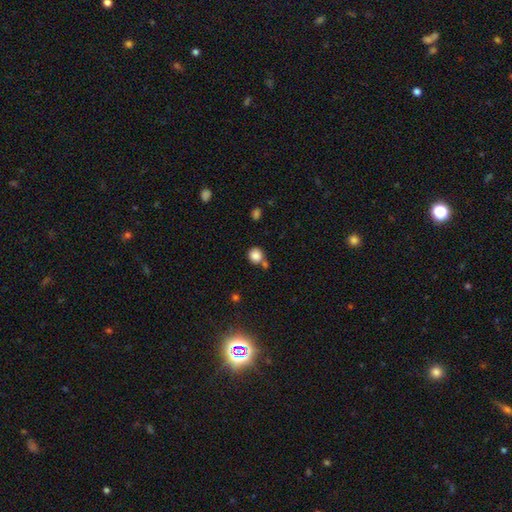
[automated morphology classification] type=smooth (85%); roundness=round (87%); merging=none (62%).